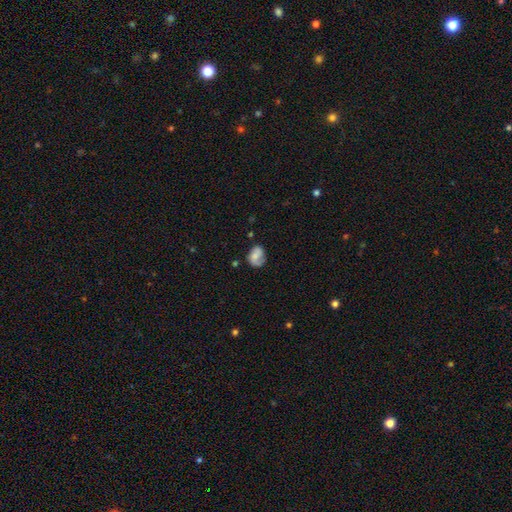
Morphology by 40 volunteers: Q: Smooth or featured?
A: smooth (52%); runner-up: featured or disk (38%)
Q: How rounded?
A: round (71%); runner-up: in between (29%)
Q: Merging?
A: none (44%); runner-up: minor disturbance (42%)